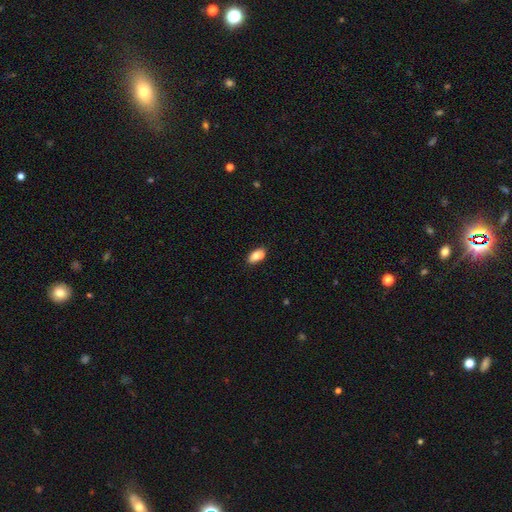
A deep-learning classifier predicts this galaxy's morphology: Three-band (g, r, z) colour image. It shows a smooth galaxy with no disk features (74%) that is in between round and cigar-shaped (85%). Merging: none (49%).